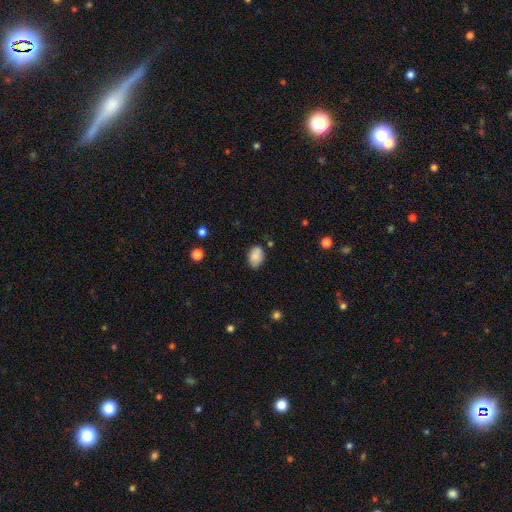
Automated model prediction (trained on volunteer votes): This is clearly a smooth galaxy (87%). How rounded: clearly in between (86%). Merging: likely none (78%).